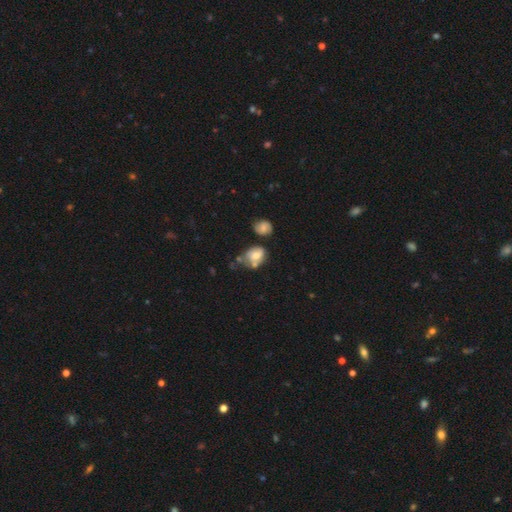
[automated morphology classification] Overall: smooth (59%; featured or disk 31%). How rounded: in between (58%; round 41%). Merging: none (35%; minor disturbance 27%).